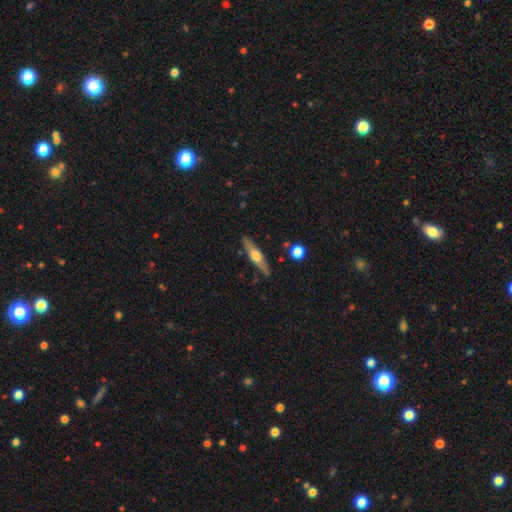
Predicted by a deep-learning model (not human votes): A featured or disk galaxy (57%) viewed edge-on (92%) with a rounded central bulge (91%). Merging: none (86%).